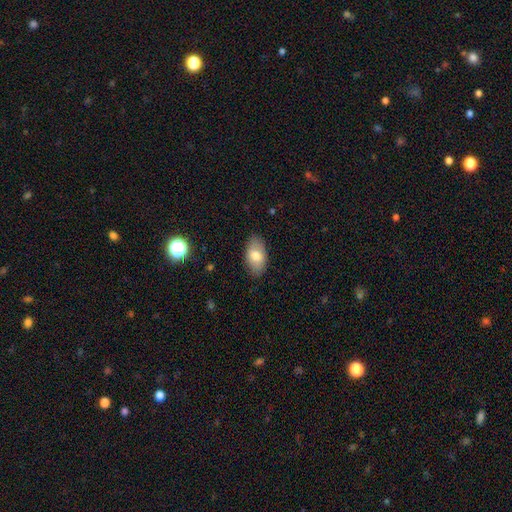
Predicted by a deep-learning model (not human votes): This is likely a smooth galaxy (75%). How rounded: clearly in between (93%). Merging: clearly none (85%).